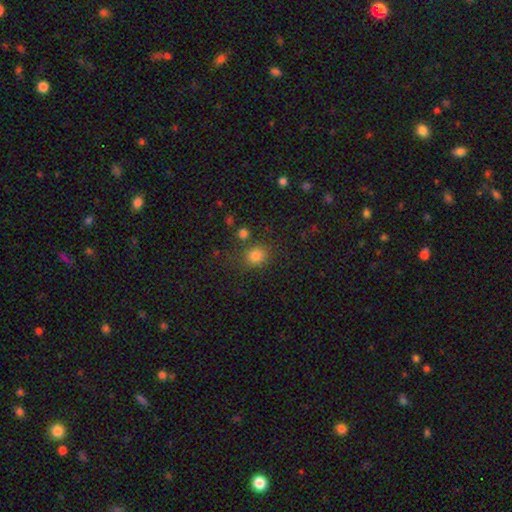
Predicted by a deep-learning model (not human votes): Smooth or featured?
  - smooth: 80% *
  - star or artifact: 14%
  - featured or disk: 6%
How rounded?
  - round: 77% *
  - in between: 22%
  - cigar-shaped: 1%
Merging?
  - none: 74% *
  - minor disturbance: 12%
  - merger: 9%
  - major disturbance: 5%